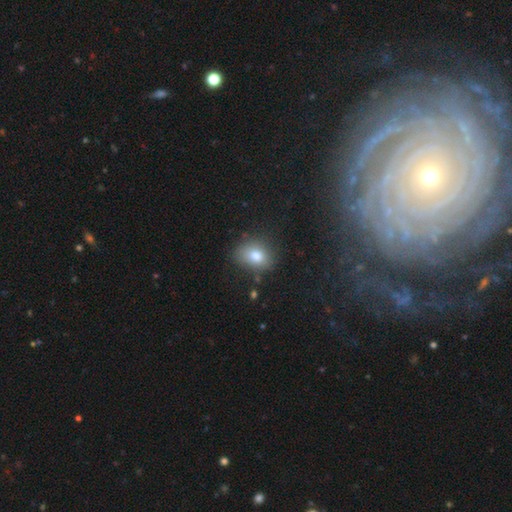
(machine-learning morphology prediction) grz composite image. It shows a smooth galaxy with no disk features (79%) that is in between round and cigar-shaped (60%). Merging: none (73%).